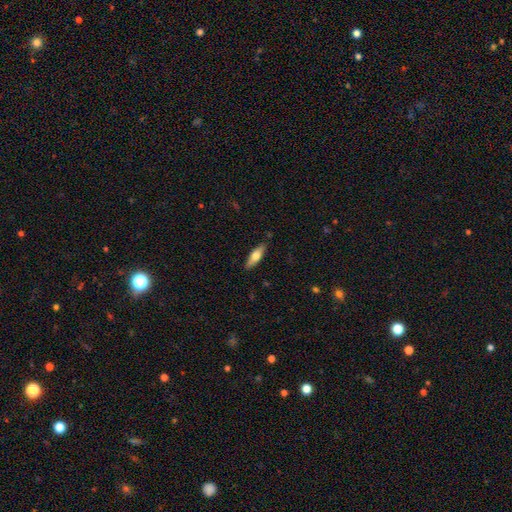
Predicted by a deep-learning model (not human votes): Q: Smooth or featured?
A: smooth (62%); runner-up: featured or disk (32%)
Q: How rounded?
A: cigar-shaped (51%); runner-up: in between (46%)
Q: Merging?
A: none (87%); runner-up: minor disturbance (10%)